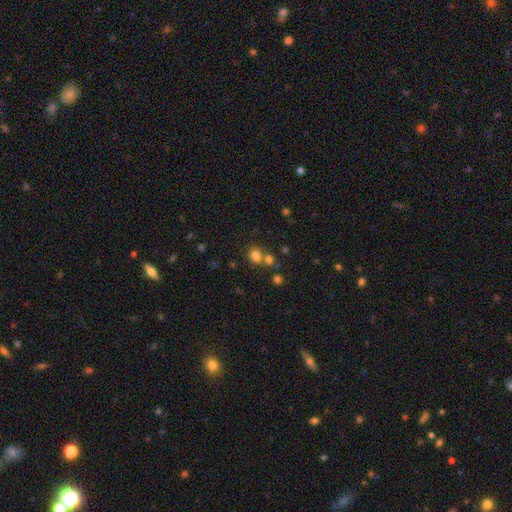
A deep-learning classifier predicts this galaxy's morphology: smooth 75%, star or artifact 16%, featured or disk 9%. Down the decision tree: how rounded — round (67%); merging — none (49%).